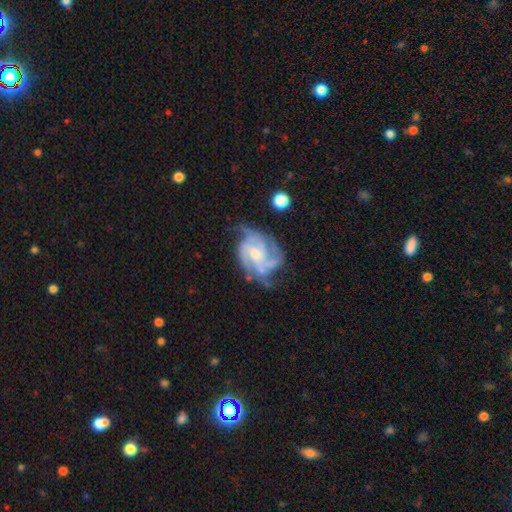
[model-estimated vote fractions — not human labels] smooth_or_featured: featured or disk (p=0.88) [alt: smooth p=0.07]
disk_edge_on: no (p=0.98) [alt: yes p=0.02]
bar: no (p=0.58) [alt: weak p=0.35]
has_spiral_arms: yes (p=0.96) [alt: no p=0.04]
spiral_winding: medium (p=0.46) [alt: tight p=0.43]
spiral_arm_count: 3 (p=0.39) [alt: 4 p=0.21]
bulge_size: moderate (p=0.55) [alt: small p=0.32]
merging: none (p=0.56) [alt: minor disturbance p=0.25]